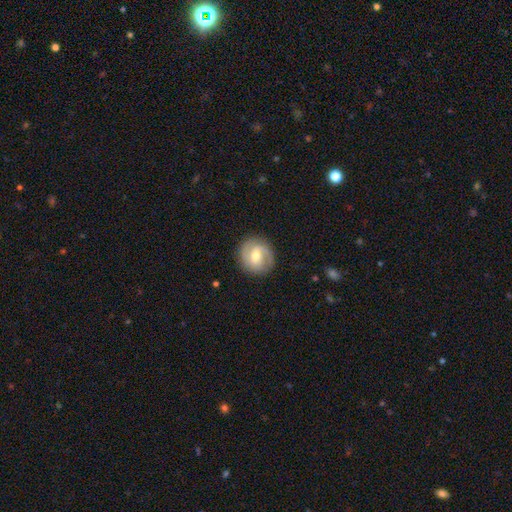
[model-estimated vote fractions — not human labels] Smooth or featured: featured or disk — 62% (smooth — 32%)
Edge-on disk: no — 97% (yes — 3%)
Bar: weak — 51% (no — 29%)
Spiral arms: yes — 81% (no — 19%)
Bulge size: moderate — 69% (small — 24%)
Merging: none — 86% (minor disturbance — 9%)